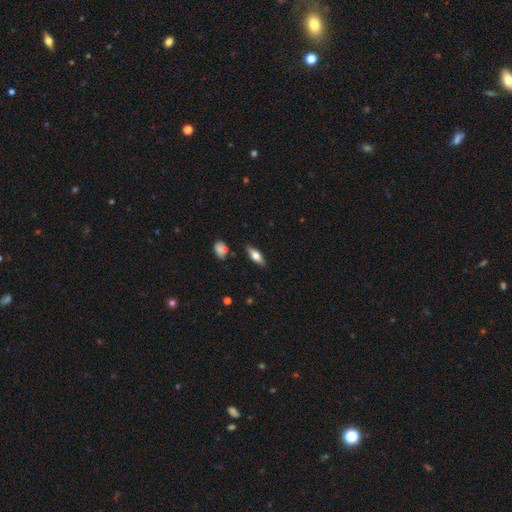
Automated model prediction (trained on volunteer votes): Smooth or featured: smooth — 61% (featured or disk — 33%)
How rounded: in between — 62% (cigar-shaped — 35%)
Merging: none — 85% (minor disturbance — 10%)